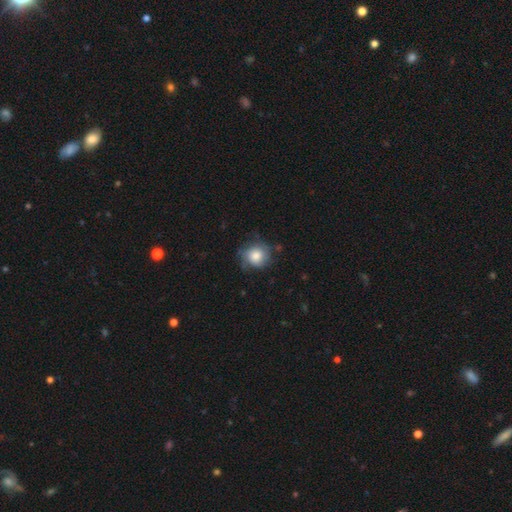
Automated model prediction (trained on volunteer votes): Overall: smooth (68%). How rounded: round (83%). Merging: none (63%; minor disturbance 26%).